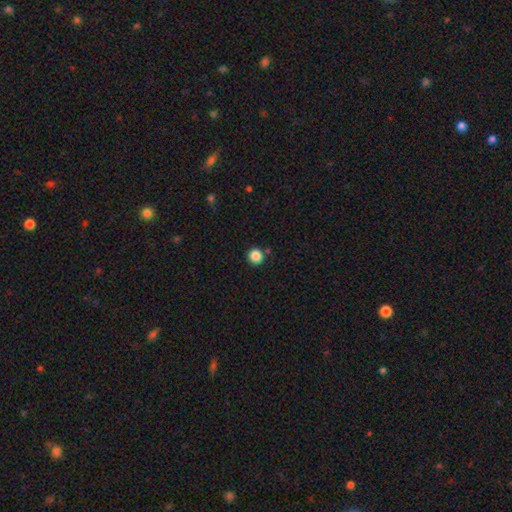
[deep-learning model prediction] This appears to be a smooth galaxy with no disk features (86%) that is round (91%). Merging: none (86%).